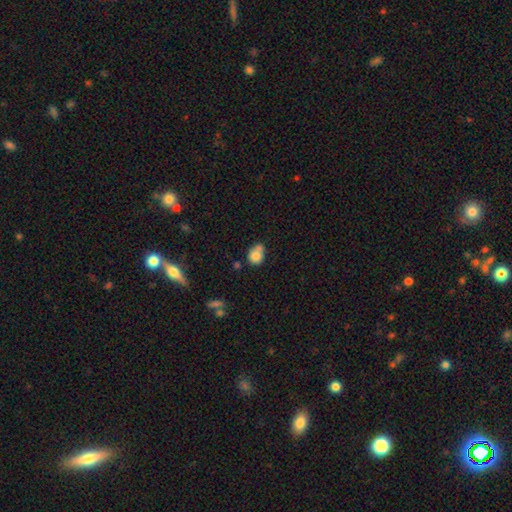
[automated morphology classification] This is likely a smooth galaxy (79%). How rounded: likely round (66%). Merging: marginally none (40%).